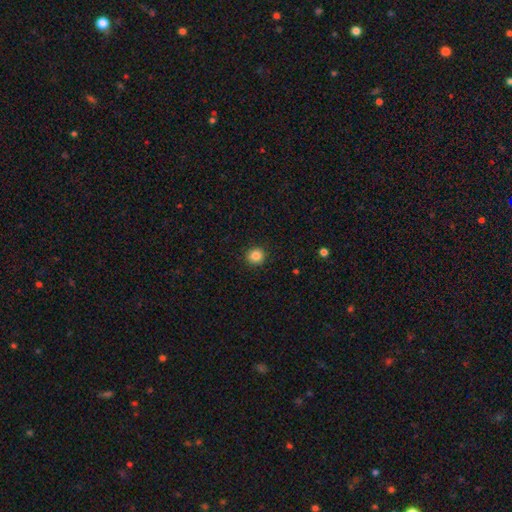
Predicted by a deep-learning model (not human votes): A smooth galaxy with no disk features (85%) that is round (92%). Merging: none (92%).